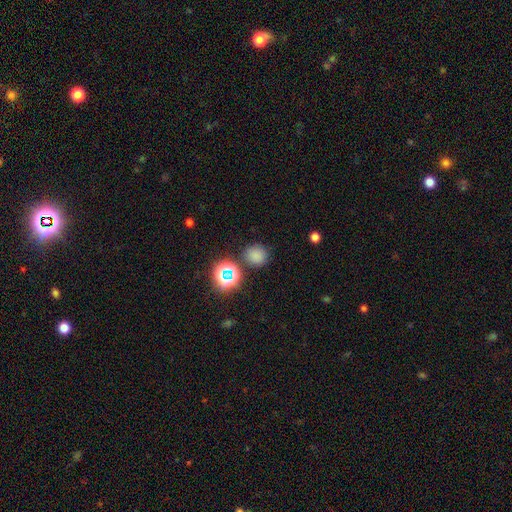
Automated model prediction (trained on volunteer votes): A smooth galaxy with no disk features (73%) that is round (83%). Merging: none (80%).